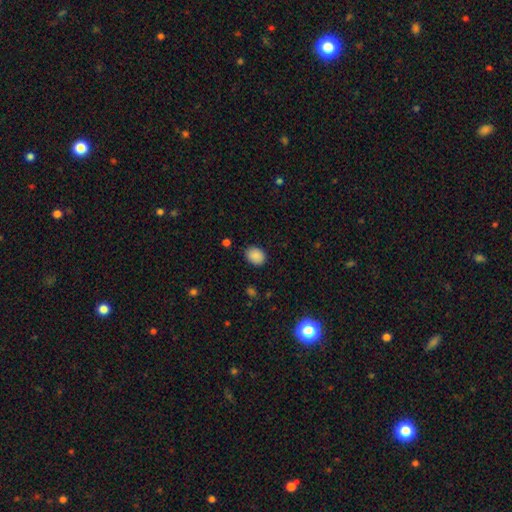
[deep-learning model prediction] Smooth or featured?
  - smooth: 87% *
  - star or artifact: 8%
  - featured or disk: 4%
How rounded?
  - in between: 55% *
  - round: 44%
  - cigar-shaped: 1%
Merging?
  - none: 87% *
  - minor disturbance: 10%
  - major disturbance: 2%
  - merger: 1%